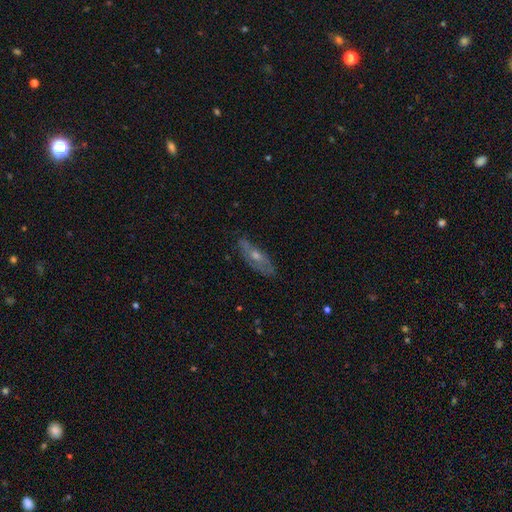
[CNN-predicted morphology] Q: Smooth or featured?
A: featured or disk (58%); runner-up: smooth (33%)
Q: Edge-on disk?
A: no (68%); runner-up: yes (32%)
Q: Merging?
A: none (71%); runner-up: minor disturbance (21%)